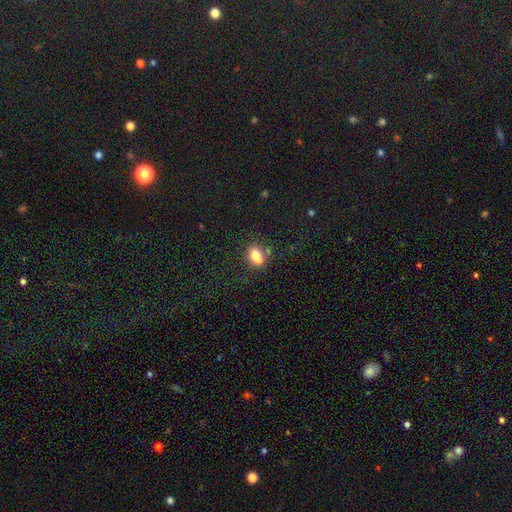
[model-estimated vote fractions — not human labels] Overall: smooth (76%). How rounded: in between (66%; round 32%). Merging: none (58%; merger 23%).